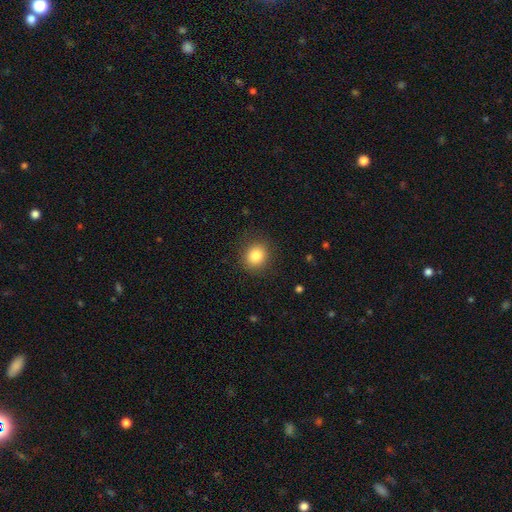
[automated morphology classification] The model was most divided on "how rounded": round: 81%, in between: 18%, cigar-shaped: 1%. More confident: merging — none (88%); smooth or featured — smooth (83%).